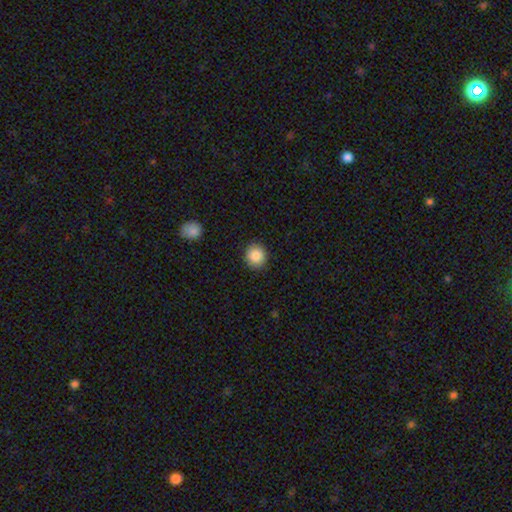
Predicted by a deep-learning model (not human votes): Smooth or featured?
  - smooth: 87% *
  - star or artifact: 8%
  - featured or disk: 5%
How rounded?
  - round: 80% *
  - in between: 19%
  - cigar-shaped: 1%
Merging?
  - none: 90% *
  - minor disturbance: 7%
  - major disturbance: 2%
  - merger: 1%